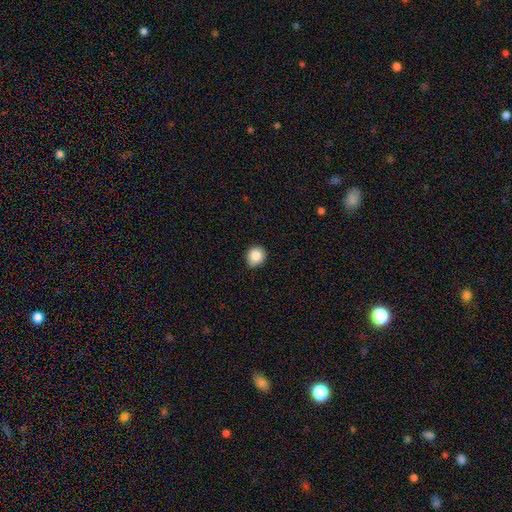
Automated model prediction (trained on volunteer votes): smooth 86%, star or artifact 9%, featured or disk 5%. Down the decision tree: how rounded — round (86%); merging — none (83%).